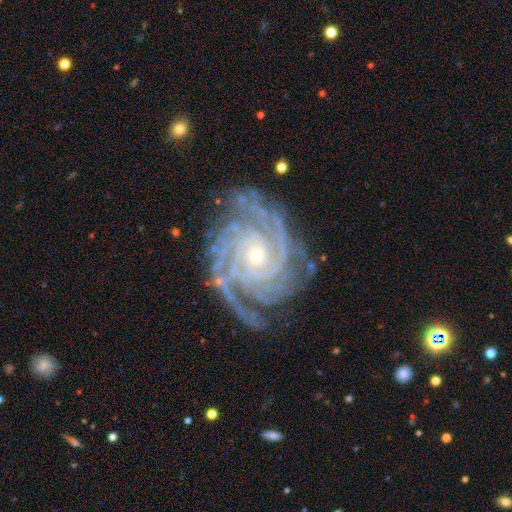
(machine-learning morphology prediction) type=featured or disk (92%); edge-on=no (98%); bar=no (73%); spiral arms=yes (99%); winding=tight (80%); arm count=4 (29%); bulge=small (67%); merging=none (77%).